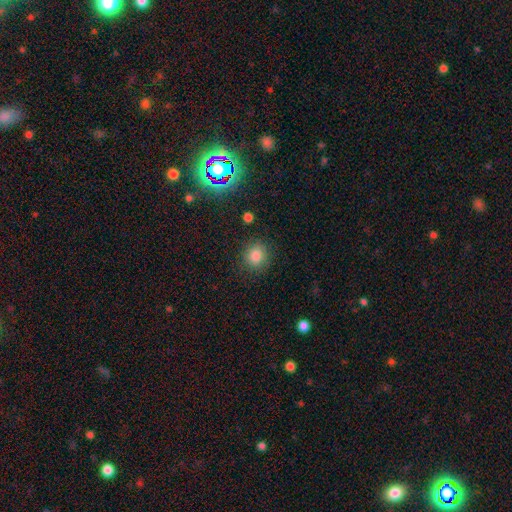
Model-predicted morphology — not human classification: The model was most divided on "how rounded": round: 82%, in between: 17%, cigar-shaped: 1%. More confident: merging — none (86%); smooth or featured — smooth (83%).